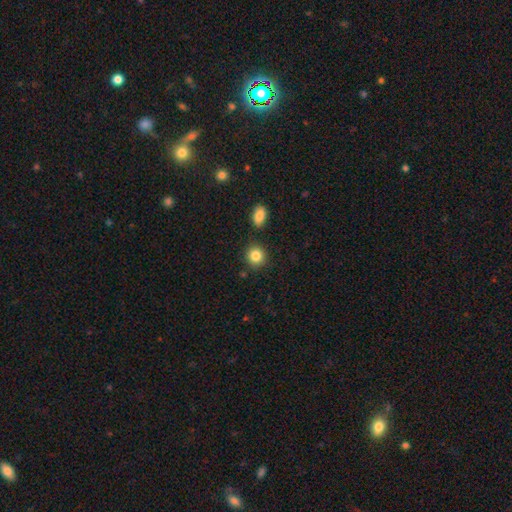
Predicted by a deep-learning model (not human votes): A smooth galaxy with no disk features (85%) that is round (84%). Merging: none (83%).